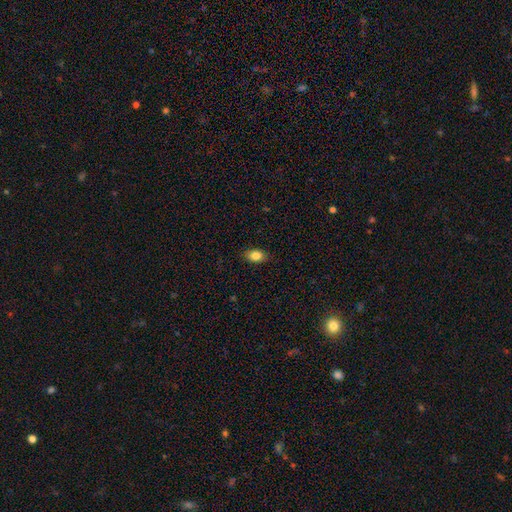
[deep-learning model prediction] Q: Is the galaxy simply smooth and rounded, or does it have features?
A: smooth — 84%.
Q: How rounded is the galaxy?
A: in between — 83%.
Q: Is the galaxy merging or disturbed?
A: none — 87%.